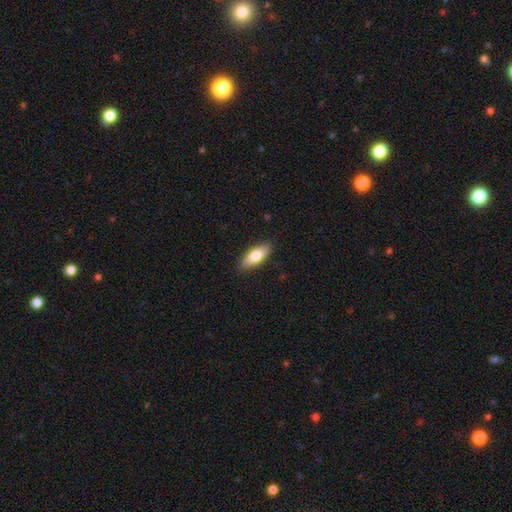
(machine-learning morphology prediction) smooth_or_featured: smooth (p=0.77) [alt: featured or disk p=0.18]
how_rounded: in between (p=0.76) [alt: cigar-shaped p=0.22]
merging: none (p=0.88) [alt: minor disturbance p=0.09]